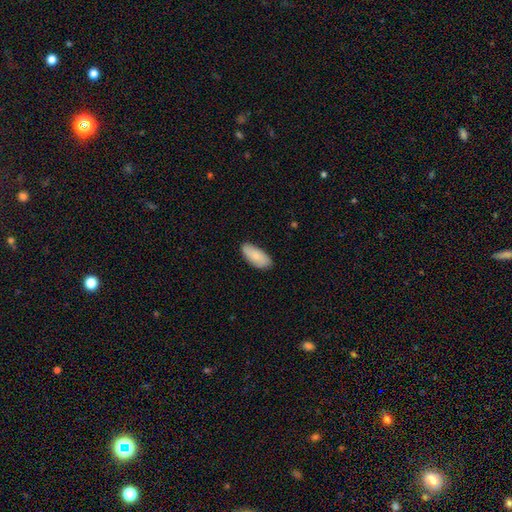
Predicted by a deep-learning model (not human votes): smooth 81%, featured or disk 14%, star or artifact 6%. Down the decision tree: how rounded — in between (89%); merging — none (81%).